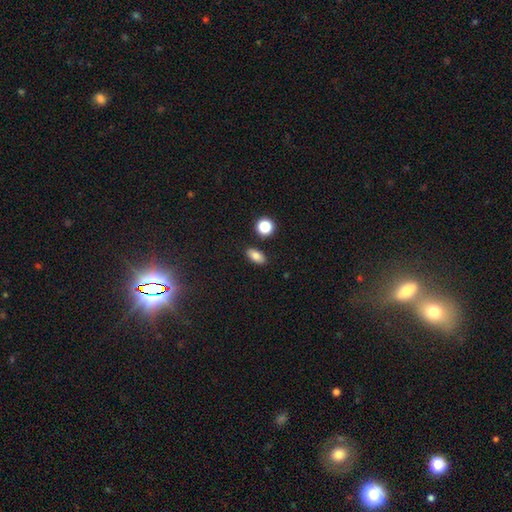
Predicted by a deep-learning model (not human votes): smooth_or_featured: smooth (p=0.81) [alt: star or artifact p=0.11]
how_rounded: in between (p=0.86) [alt: round p=0.09]
merging: none (p=0.87) [alt: minor disturbance p=0.08]